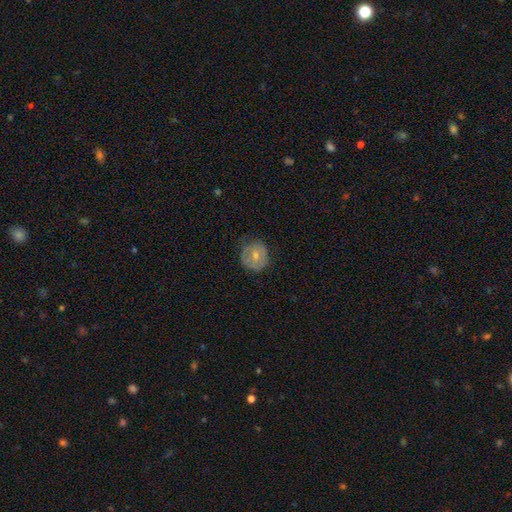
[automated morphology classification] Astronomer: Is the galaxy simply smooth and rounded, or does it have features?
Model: smooth — 62%.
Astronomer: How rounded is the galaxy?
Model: round — 88%.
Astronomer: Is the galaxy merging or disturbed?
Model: none — 72%.